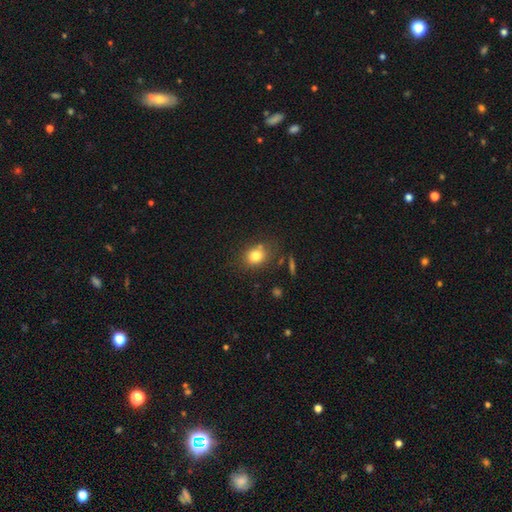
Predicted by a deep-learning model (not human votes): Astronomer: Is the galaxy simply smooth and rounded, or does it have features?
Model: smooth — 80%.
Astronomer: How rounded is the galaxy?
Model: round — 60% (runner-up: in between, 39%).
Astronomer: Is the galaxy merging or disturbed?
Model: none — 73%.